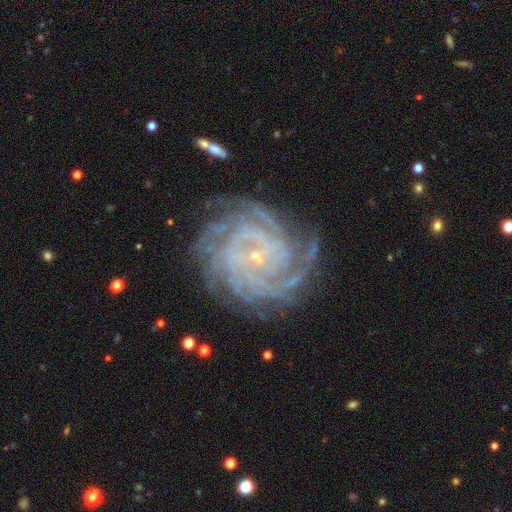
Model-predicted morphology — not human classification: Smooth or featured: featured or disk — 90% (star or artifact — 6%)
Edge-on disk: no — 98% (yes — 2%)
Bar: no — 61% (weak — 27%)
Spiral arms: yes — 98% (no — 2%)
Spiral winding: tight — 81% (medium — 17%)
Spiral arm count: 4 — 28% (more than 4 — 25%)
Bulge size: small — 88% (moderate — 6%)
Merging: none — 76% (minor disturbance — 16%)